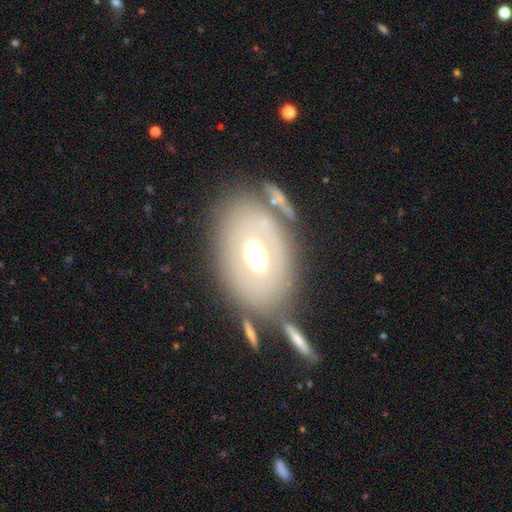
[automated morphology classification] Smooth or featured: smooth — 47% (featured or disk — 44%)
Merging: none — 67% (minor disturbance — 13%)